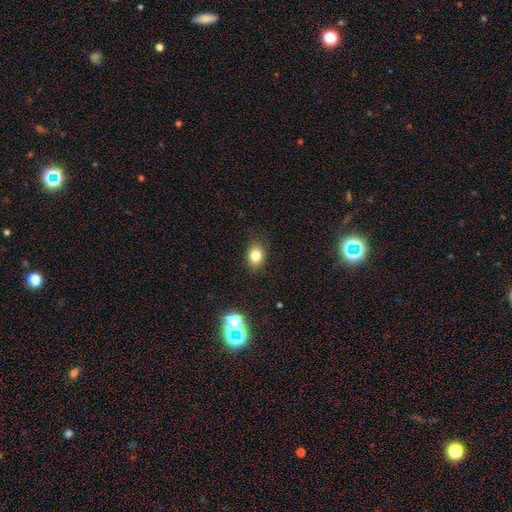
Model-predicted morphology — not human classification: A smooth galaxy with no disk features (80%) that is in between round and cigar-shaped (63%).

Vote fractions:
- Smooth or featured? smooth: 80% / star or artifact: 13% / featured or disk: 8%
- How rounded? in between: 63% / round: 36% / cigar-shaped: 1%
- Merging? none: 86% / minor disturbance: 11% / major disturbance: 3% / merger: 1%